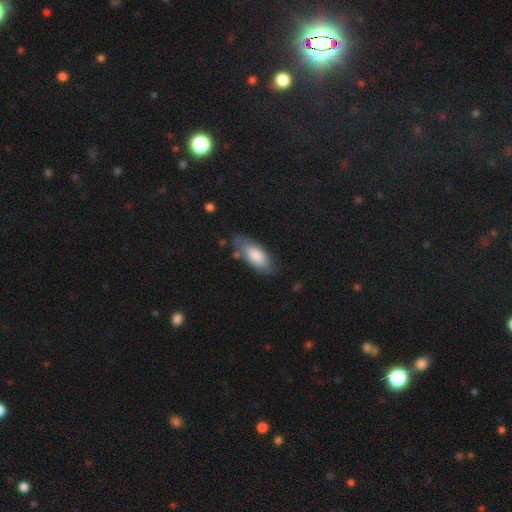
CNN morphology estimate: A smooth galaxy with no disk features (78%) that is in between round and cigar-shaped (85%). Merging: none (66%).